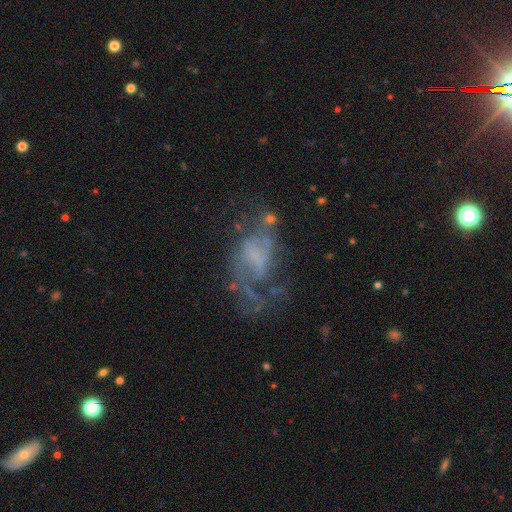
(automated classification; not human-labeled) Morphology: type=featured or disk (66%); edge-on=no (96%); bar=no (60%); spiral arms=yes (55%); bulge=none (60%); merging=none (38%).